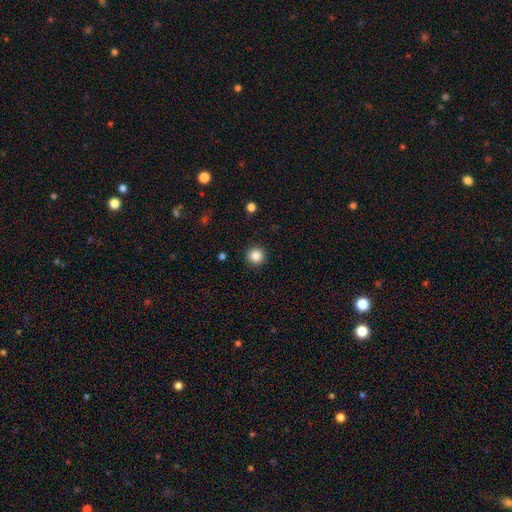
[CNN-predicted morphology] Smooth or featured? smooth (86%)
How rounded? round (95%)
Merging? none (92%)